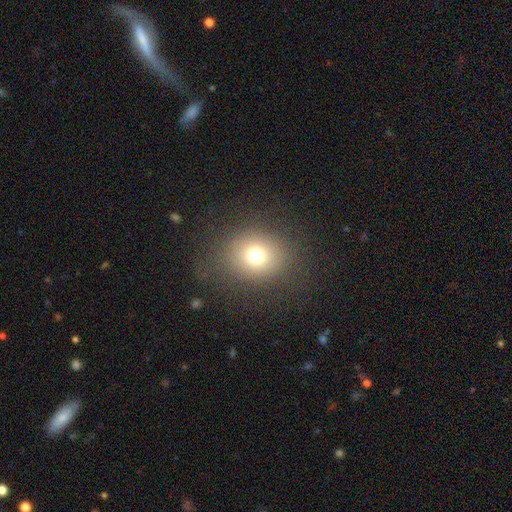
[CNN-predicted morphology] Smooth or featured? Predicted: smooth (p=0.73). How rounded? Predicted: round (p=0.73). Merging? Predicted: none (p=0.82).